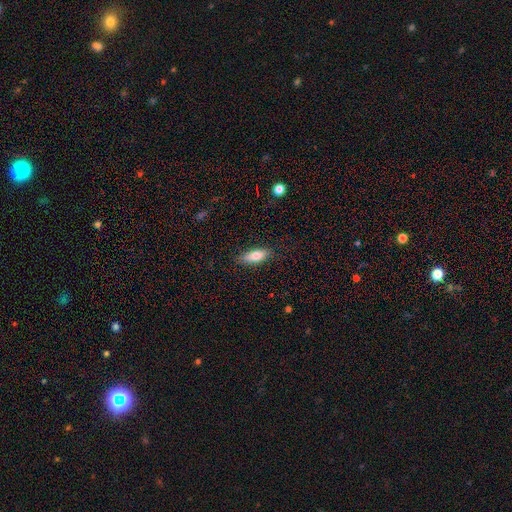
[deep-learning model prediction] Smooth or featured?
  - smooth: 78% *
  - featured or disk: 15%
  - star or artifact: 7%
How rounded?
  - in between: 68% *
  - cigar-shaped: 30%
  - round: 3%
Merging?
  - none: 84% *
  - minor disturbance: 13%
  - major disturbance: 3%
  - merger: 1%